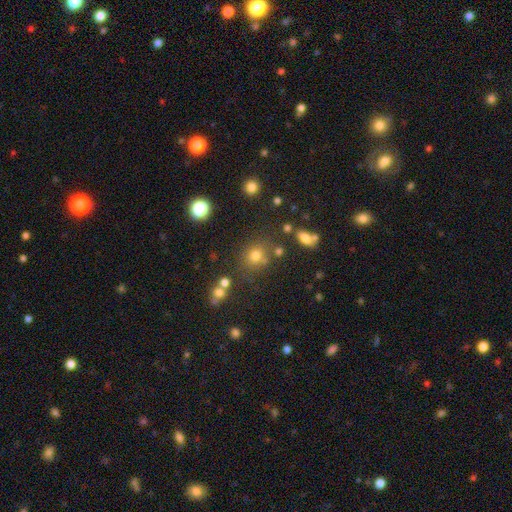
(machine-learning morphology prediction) Q: Smooth or featured?
A: smooth (68%); runner-up: star or artifact (23%)
Q: How rounded?
A: round (75%); runner-up: in between (24%)
Q: Merging?
A: none (69%); runner-up: merger (13%)